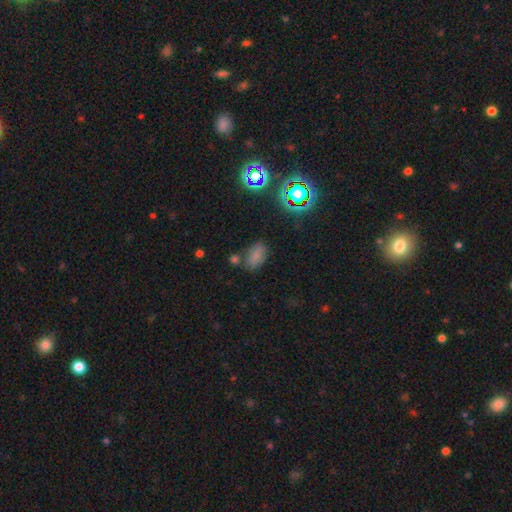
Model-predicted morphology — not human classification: Smooth or featured? Predicted: smooth (p=0.69). How rounded? Predicted: in between (p=0.89). Merging? Predicted: none (p=0.66).